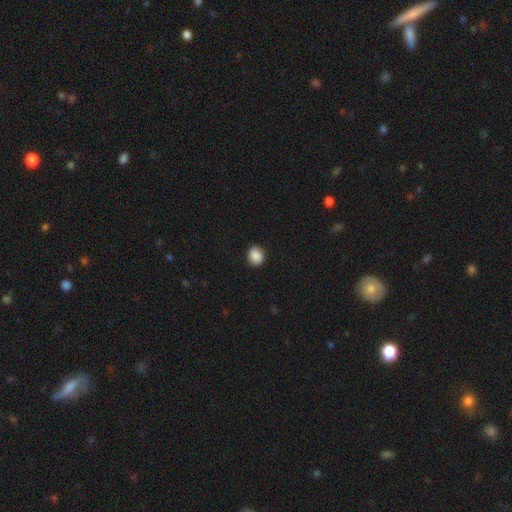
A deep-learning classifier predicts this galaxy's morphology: A smooth galaxy with no disk features (88%) that is round (76%).

Vote fractions:
- Smooth or featured? smooth: 88% / star or artifact: 8% / featured or disk: 4%
- How rounded? round: 76% / in between: 23% / cigar-shaped: 1%
- Merging? none: 87% / minor disturbance: 10% / major disturbance: 2% / merger: 1%